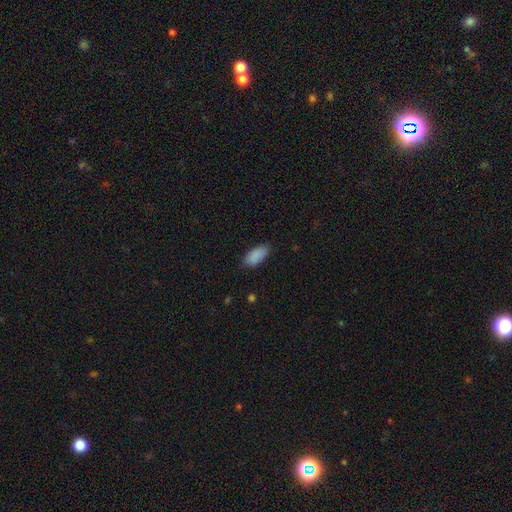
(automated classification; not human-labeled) Overall: smooth (88%). How rounded: in between (90%). Merging: none (79%).